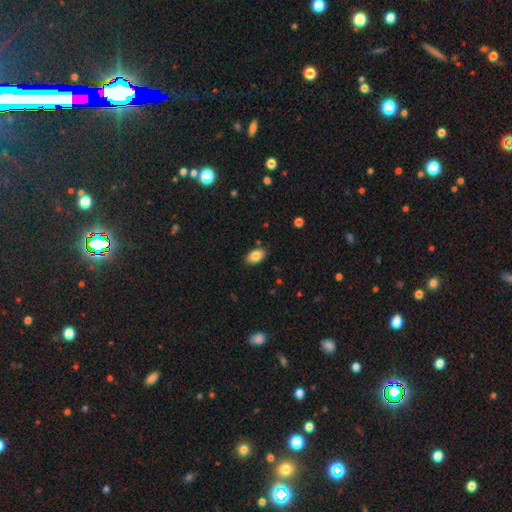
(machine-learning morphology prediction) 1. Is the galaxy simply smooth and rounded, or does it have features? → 85% smooth, 8% star or artifact, 8% featured or disk.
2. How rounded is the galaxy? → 90% in between, 9% round, 1% cigar-shaped.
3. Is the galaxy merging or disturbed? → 84% none, 11% minor disturbance, 2% major disturbance, 2% merger.